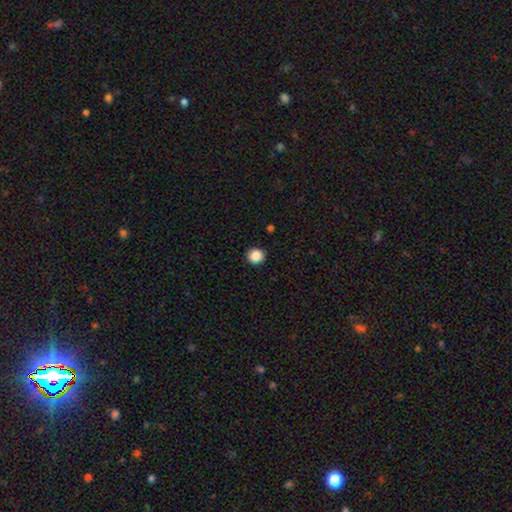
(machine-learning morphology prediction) smooth 88%, star or artifact 9%, featured or disk 3%. Down the decision tree: how rounded — round (93%); merging — none (92%).